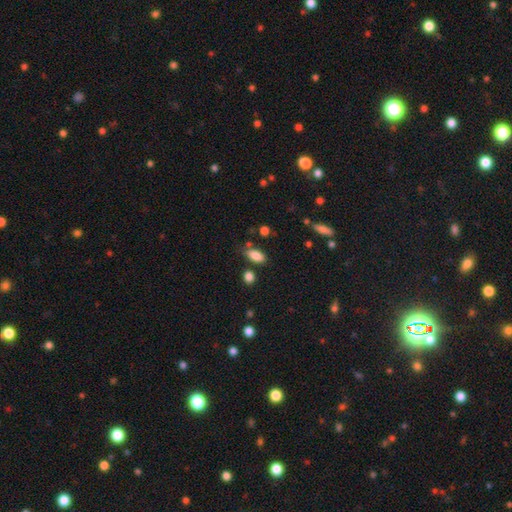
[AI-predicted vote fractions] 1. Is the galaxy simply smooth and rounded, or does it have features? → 86% smooth, 9% star or artifact, 5% featured or disk.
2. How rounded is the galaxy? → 88% in between, 7% cigar-shaped, 5% round.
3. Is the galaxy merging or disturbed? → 73% none, 17% minor disturbance, 6% merger, 4% major disturbance.